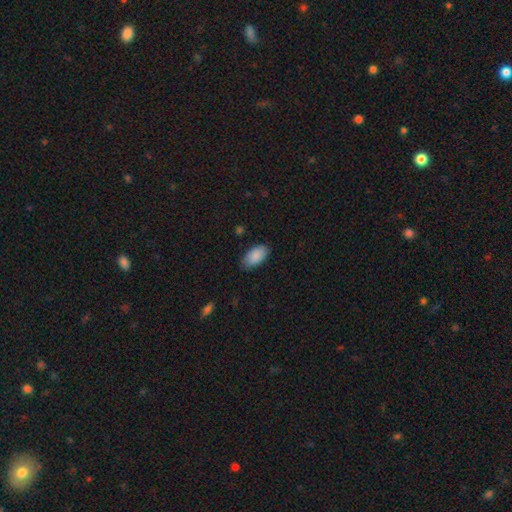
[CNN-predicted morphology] Smooth or featured?
  - smooth: 88% *
  - star or artifact: 6%
  - featured or disk: 5%
How rounded?
  - in between: 94% *
  - cigar-shaped: 3%
  - round: 3%
Merging?
  - none: 79% *
  - minor disturbance: 17%
  - major disturbance: 3%
  - merger: 1%